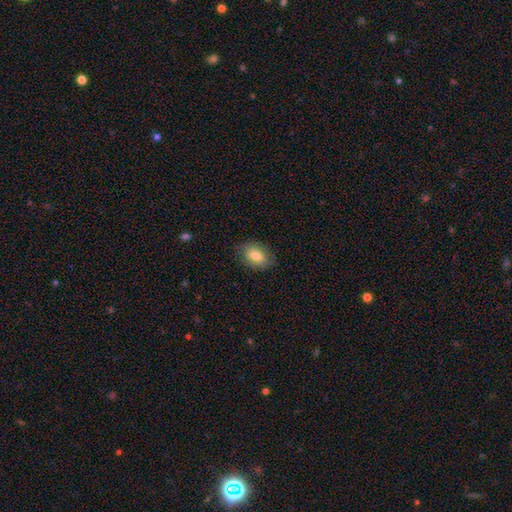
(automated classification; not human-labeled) smooth_or_featured: smooth (p=0.79) [alt: featured or disk p=0.13]
how_rounded: in between (p=0.82) [alt: round p=0.17]
merging: none (p=0.81) [alt: minor disturbance p=0.14]